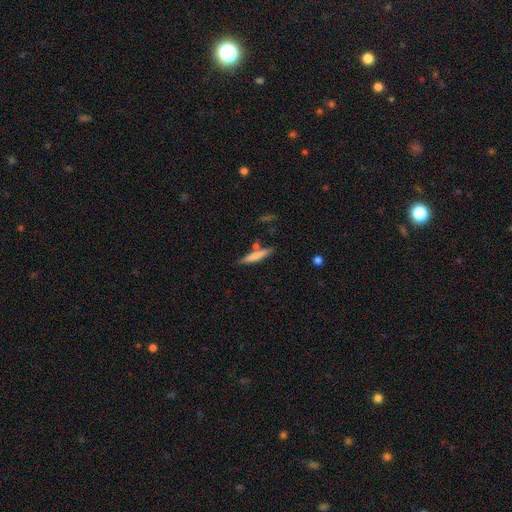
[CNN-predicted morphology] This appears to be a smooth galaxy with no disk features (70%) that is cigar-shaped (89%). Merging: none (77%).